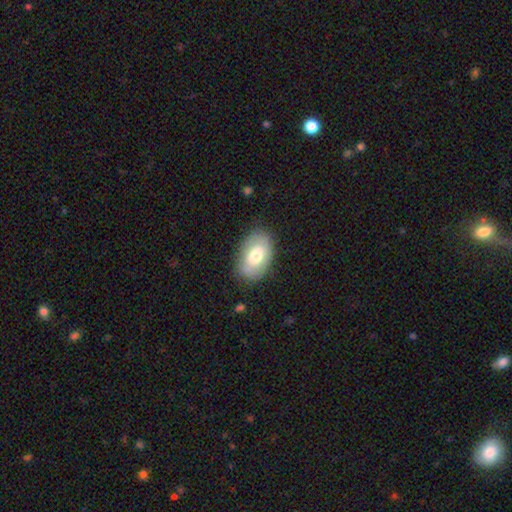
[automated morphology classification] The model was most divided on "smooth or featured": smooth: 65%, featured or disk: 28%, star or artifact: 7%. More confident: how rounded — in between (91%); merging — none (78%).